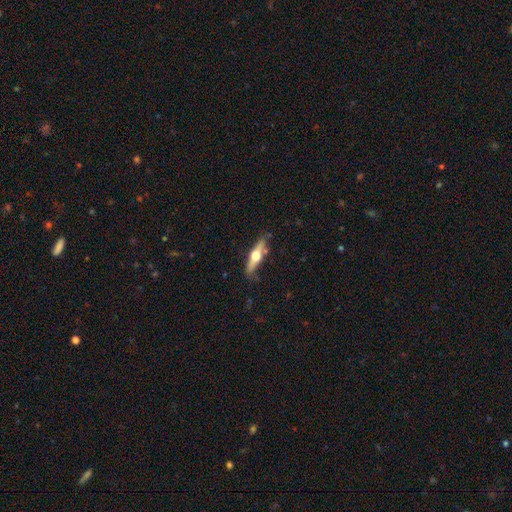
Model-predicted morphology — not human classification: This appears to be a featured or disk galaxy (59%) viewed edge-on (93%) with a rounded central bulge (95%). Merging: none (79%).